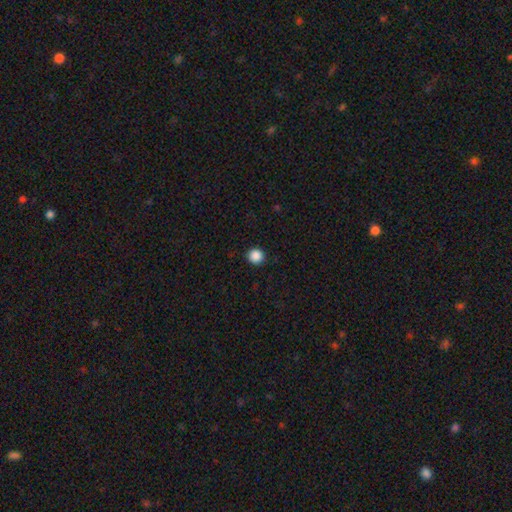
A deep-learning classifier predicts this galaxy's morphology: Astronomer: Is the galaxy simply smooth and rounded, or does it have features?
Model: smooth — 88%.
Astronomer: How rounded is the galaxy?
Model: round — 94%.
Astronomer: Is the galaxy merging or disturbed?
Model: none — 93%.